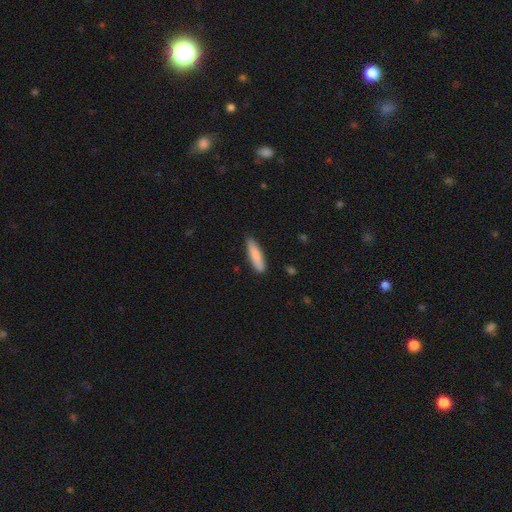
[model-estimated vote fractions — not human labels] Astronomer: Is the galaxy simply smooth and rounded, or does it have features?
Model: smooth — 85%.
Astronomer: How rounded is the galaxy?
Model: cigar-shaped — 76%.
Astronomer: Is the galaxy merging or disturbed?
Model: none — 86%.